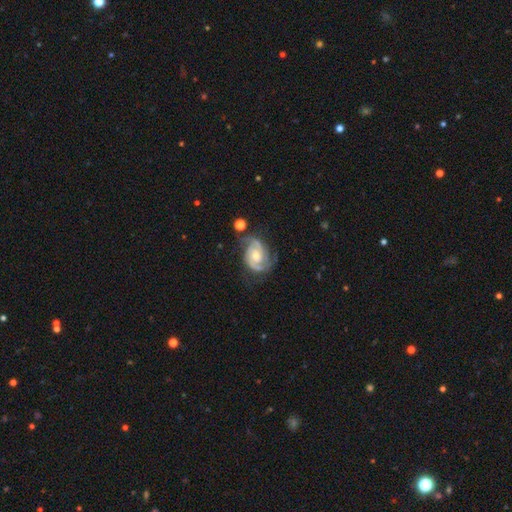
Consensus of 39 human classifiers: Smooth or featured: featured or disk — 85% (smooth — 8%)
Edge-on disk: no — 97% (yes — 3%)
Bar: no — 62% (weak — 34%)
Spiral arms: yes — 94% (no — 6%)
Spiral winding: tight — 53% (medium — 40%)
Spiral arm count: 2 — 83% (3 — 13%)
Bulge size: moderate — 50% (small — 47%)
Merging: none — 69% (minor disturbance — 17%)